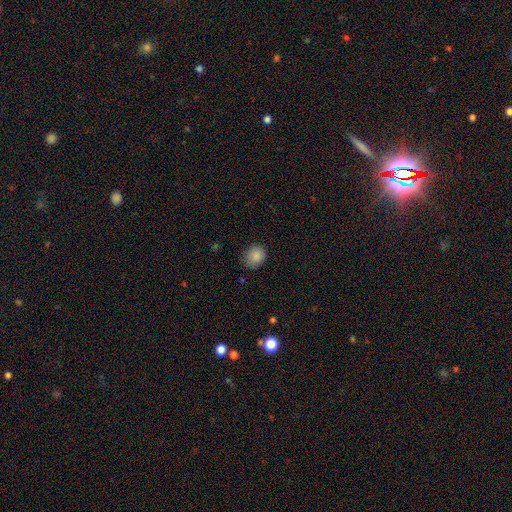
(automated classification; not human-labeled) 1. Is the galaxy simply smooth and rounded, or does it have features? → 87% smooth, 9% star or artifact, 4% featured or disk.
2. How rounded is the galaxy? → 55% round, 45% in between, 1% cigar-shaped.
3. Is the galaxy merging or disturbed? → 78% none, 18% minor disturbance, 3% major disturbance, 1% merger.